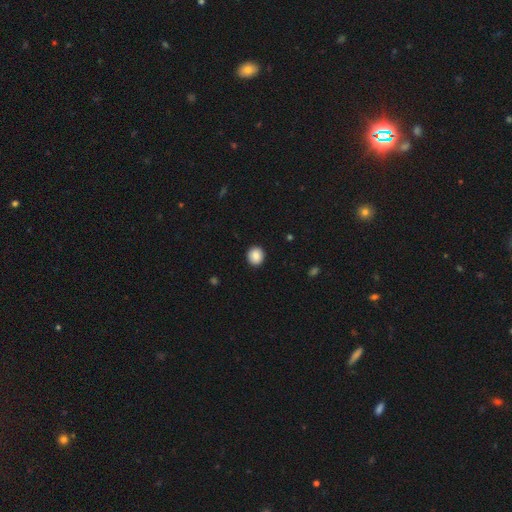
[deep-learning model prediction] This is clearly a smooth galaxy (87%). How rounded: clearly round (86%). Merging: clearly none (92%).